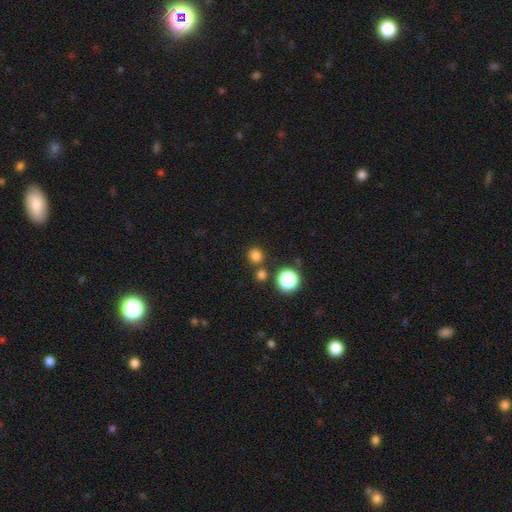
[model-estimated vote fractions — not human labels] smooth-or-featured: smooth: 76% | star or artifact: 19% | featured or disk: 5%
  how-rounded: round: 91% | in between: 8% | cigar-shaped: 1%
  merging: none: 80% | merger: 11% | minor disturbance: 7% | major disturbance: 3%